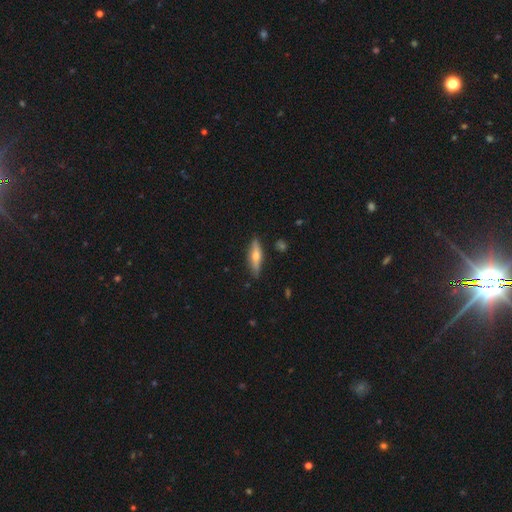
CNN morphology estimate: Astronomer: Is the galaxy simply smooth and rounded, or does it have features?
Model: featured or disk — 47% (runner-up: smooth, 46%).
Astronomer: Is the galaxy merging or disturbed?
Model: none — 85%.